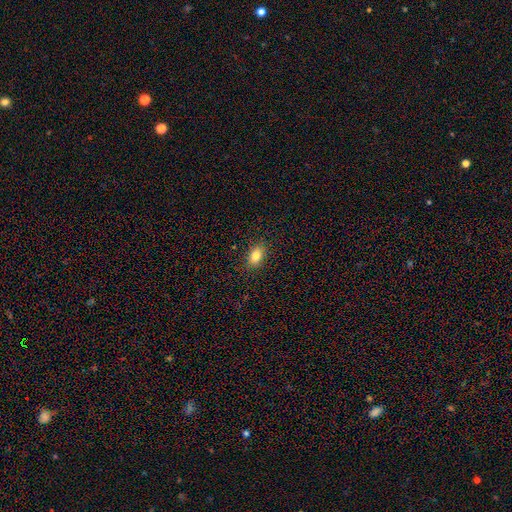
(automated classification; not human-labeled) The model was most divided on "how rounded": in between: 83%, round: 15%, cigar-shaped: 2%. More confident: merging — none (88%); smooth or featured — smooth (83%).